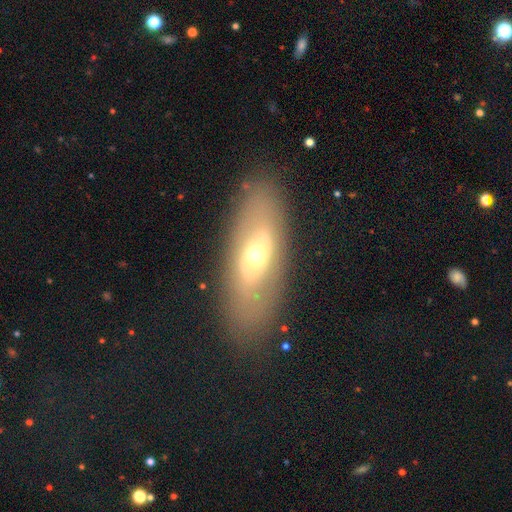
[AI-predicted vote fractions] A featured or disk galaxy (53%).

Vote fractions:
- Smooth or featured? featured or disk: 53% / smooth: 38% / star or artifact: 9%
- Edge-on disk? no: 72% / yes: 28%
- Merging? none: 82% / minor disturbance: 11% / major disturbance: 5% / merger: 2%